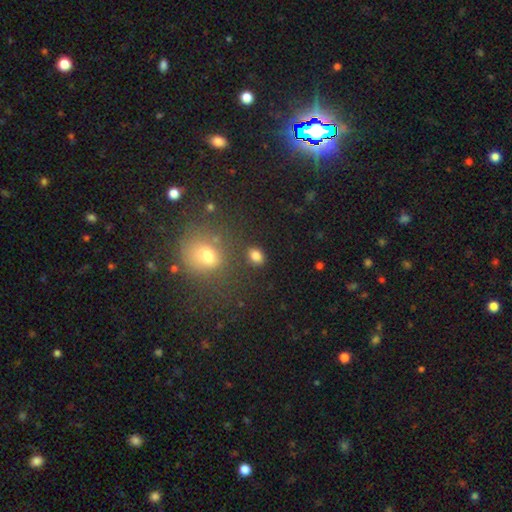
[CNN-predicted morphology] Overall: smooth (82%). How rounded: in between (65%; round 33%). Merging: none (81%).